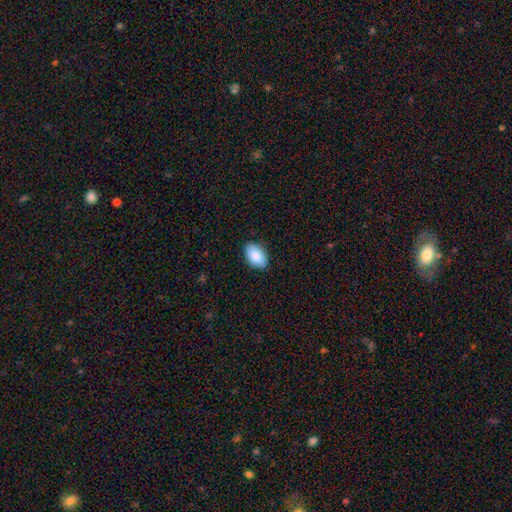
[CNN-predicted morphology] Q: Smooth or featured?
A: smooth (87%); runner-up: featured or disk (7%)
Q: How rounded?
A: in between (92%); runner-up: round (7%)
Q: Merging?
A: none (87%); runner-up: minor disturbance (10%)